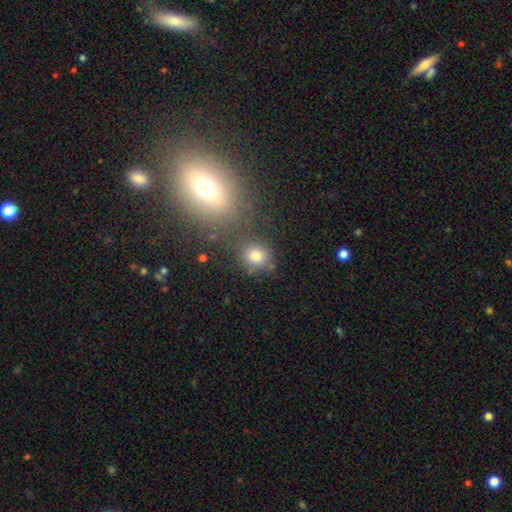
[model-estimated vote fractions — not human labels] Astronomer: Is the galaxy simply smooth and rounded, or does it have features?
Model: smooth — 78%.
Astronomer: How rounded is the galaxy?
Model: round — 72%.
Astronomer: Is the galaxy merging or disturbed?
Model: none — 68%.